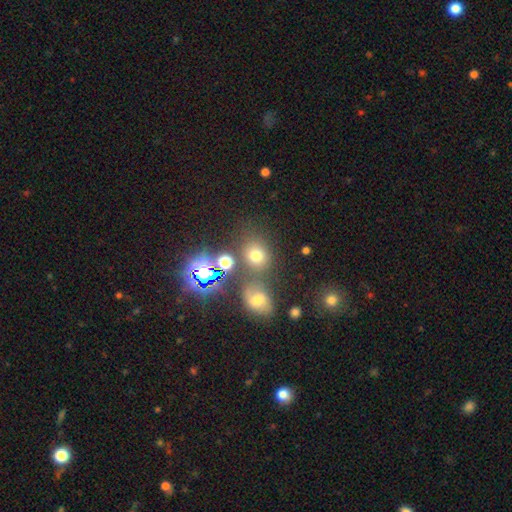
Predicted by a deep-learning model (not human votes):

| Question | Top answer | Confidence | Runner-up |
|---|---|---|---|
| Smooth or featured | smooth | 66% | star or artifact (25%) |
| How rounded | round | 65% | in between (33%) |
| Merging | none | 67% | merger (17%) |